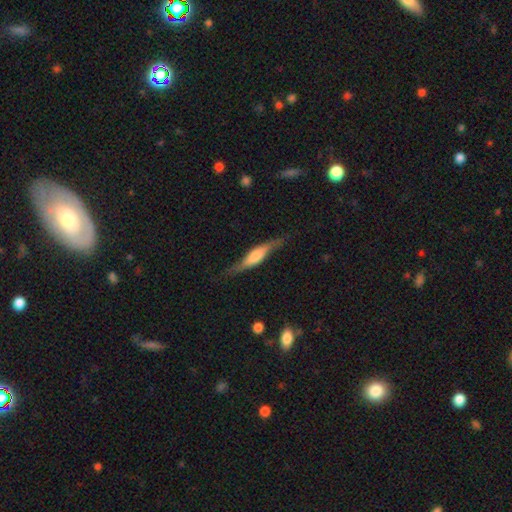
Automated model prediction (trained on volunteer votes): smooth_or_featured: featured or disk (p=0.60) [alt: smooth p=0.34]
disk_edge_on: yes (p=0.84) [alt: no p=0.16]
edge_on_bulge: rounded (p=0.66) [alt: boxy p=0.26]
merging: none (p=0.73) [alt: minor disturbance p=0.19]